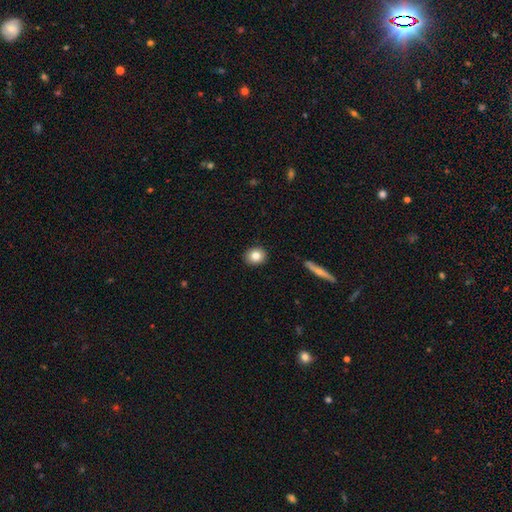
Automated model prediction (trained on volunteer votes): Overall: smooth (82%). How rounded: round (72%). Merging: none (91%).